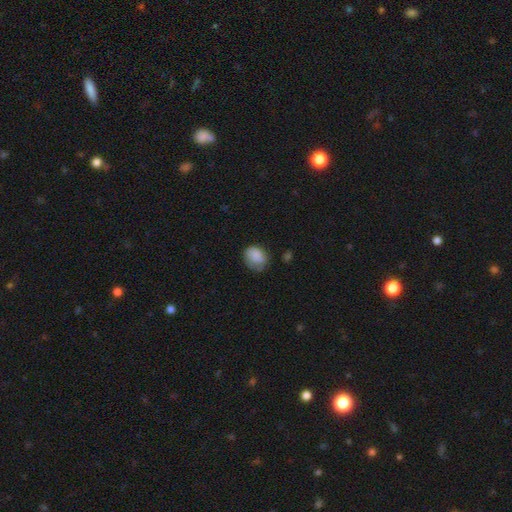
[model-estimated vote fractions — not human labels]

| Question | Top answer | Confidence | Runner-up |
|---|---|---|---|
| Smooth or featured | smooth | 81% | featured or disk (11%) |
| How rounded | round | 58% | in between (41%) |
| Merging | none | 56% | minor disturbance (31%) |